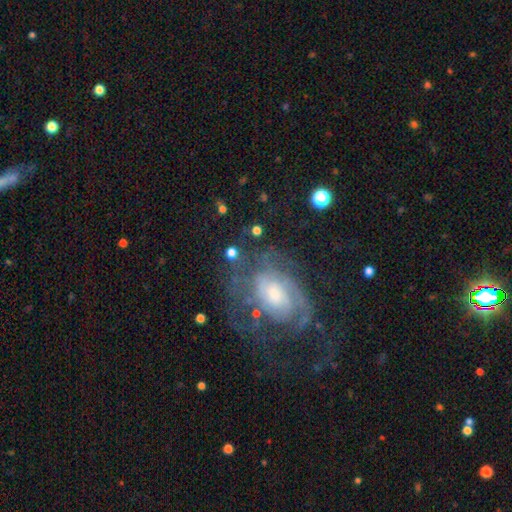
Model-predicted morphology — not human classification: featured or disk 76%, smooth 13%, star or artifact 11%. Down the decision tree: edge-on disk — no (96%); bar — no (61%); spiral arms — yes (85%); spiral arm count — can't tell (41%); spiral winding — tight (51%); bulge size — moderate (49%); merging — none (58%).